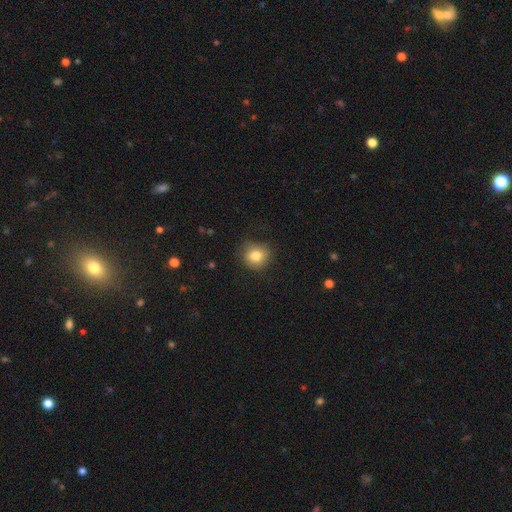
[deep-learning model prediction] A smooth galaxy with no disk features (81%) that is round (81%). Merging: none (76%).